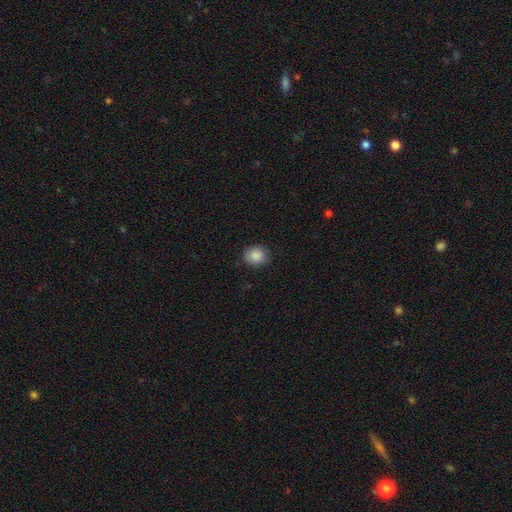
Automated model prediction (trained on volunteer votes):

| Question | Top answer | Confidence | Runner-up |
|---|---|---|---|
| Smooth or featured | smooth | 88% | star or artifact (8%) |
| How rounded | round | 76% | in between (23%) |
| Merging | none | 85% | minor disturbance (11%) |